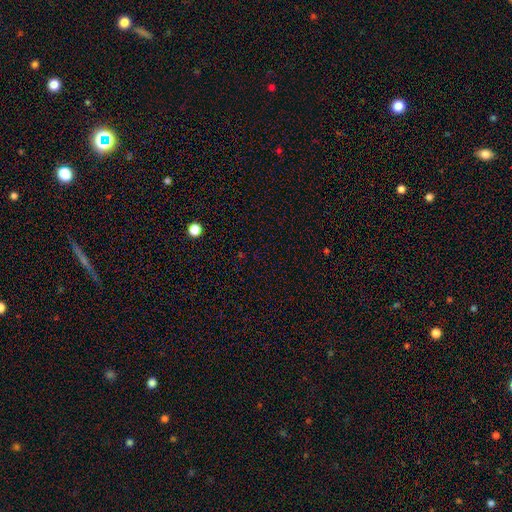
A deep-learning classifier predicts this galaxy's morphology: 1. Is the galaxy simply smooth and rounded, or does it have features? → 64% star or artifact, 30% smooth, 7% featured or disk.